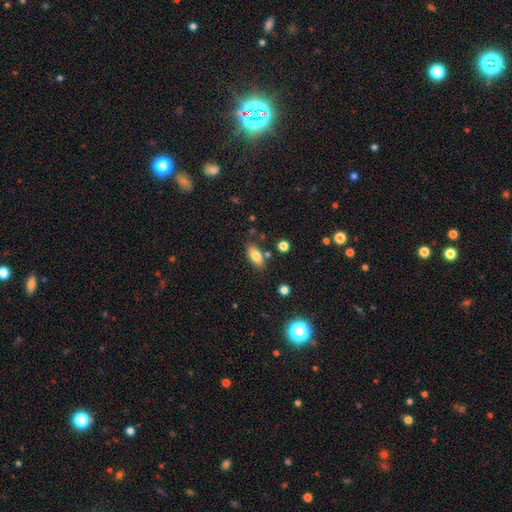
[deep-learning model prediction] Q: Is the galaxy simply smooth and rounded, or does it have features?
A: smooth — 79%.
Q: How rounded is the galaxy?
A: in between — 85%.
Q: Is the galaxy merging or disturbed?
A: none — 79%.